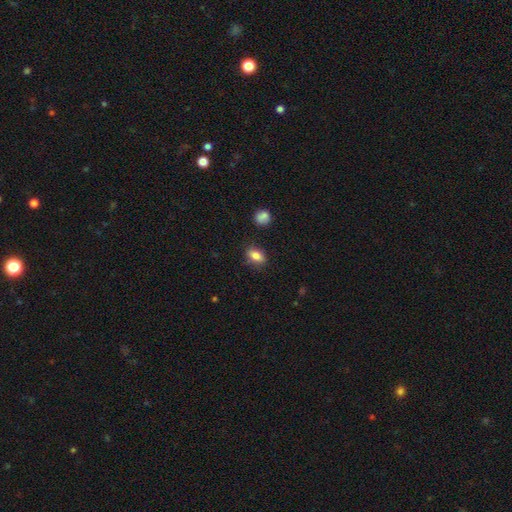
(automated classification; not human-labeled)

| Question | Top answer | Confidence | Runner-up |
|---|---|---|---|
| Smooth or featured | smooth | 82% | featured or disk (9%) |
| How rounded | in between | 82% | round (12%) |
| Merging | none | 82% | minor disturbance (13%) |